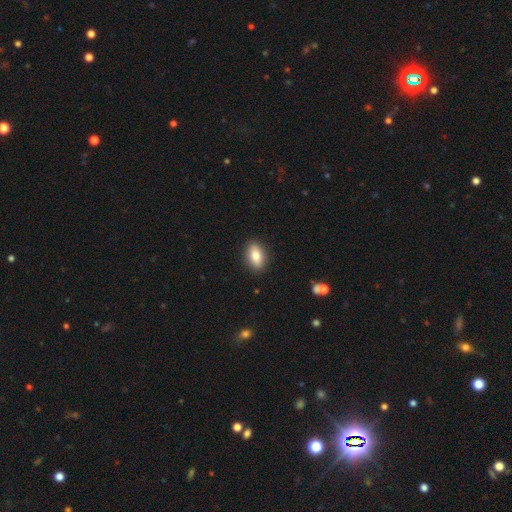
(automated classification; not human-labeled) Smooth or featured? smooth (83%)
How rounded? in between (88%)
Merging? none (89%)